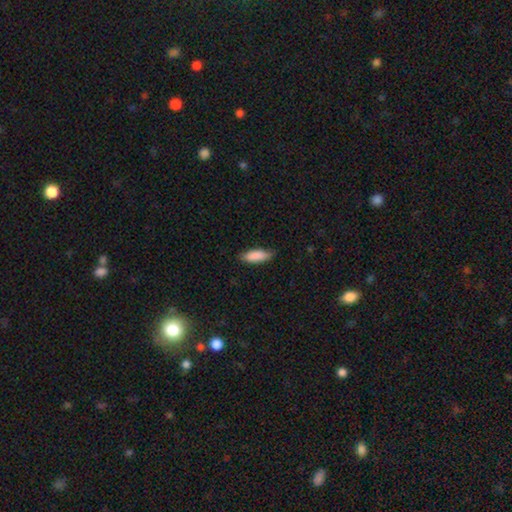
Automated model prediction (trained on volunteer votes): The model was most divided on "how rounded": in between: 66%, cigar-shaped: 32%, round: 2%. More confident: smooth or featured — smooth (88%); merging — none (77%).